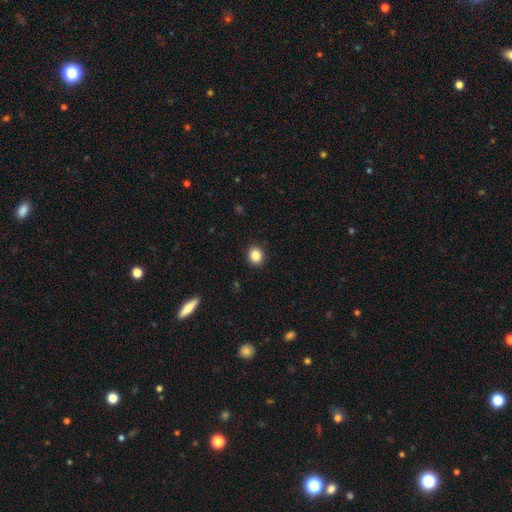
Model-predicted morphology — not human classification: smooth-or-featured: smooth: 87% | star or artifact: 9% | featured or disk: 4%
  how-rounded: round: 71% | in between: 28% | cigar-shaped: 1%
  merging: none: 91% | minor disturbance: 6% | major disturbance: 2% | merger: 1%